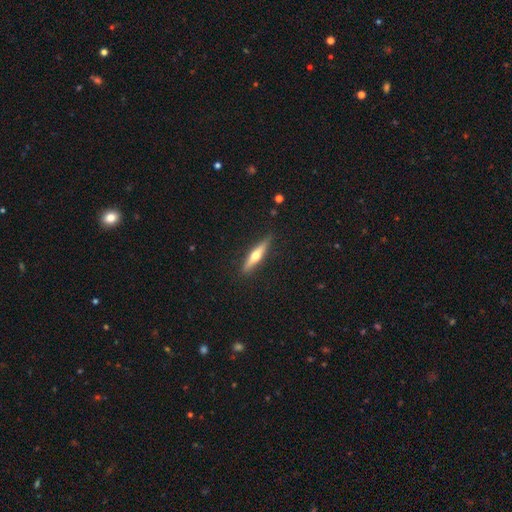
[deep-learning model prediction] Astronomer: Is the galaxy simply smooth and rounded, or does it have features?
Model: featured or disk — 56% (runner-up: smooth, 39%).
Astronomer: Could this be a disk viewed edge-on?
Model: yes — 94%.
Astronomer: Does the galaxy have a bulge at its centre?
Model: rounded — 93%.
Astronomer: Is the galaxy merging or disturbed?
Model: none — 88%.